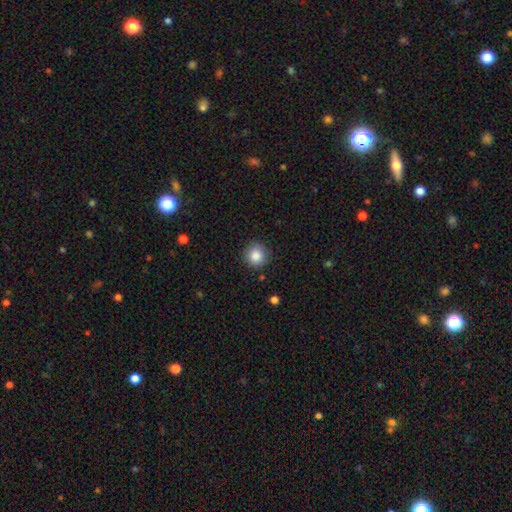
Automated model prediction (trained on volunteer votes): A smooth galaxy with no disk features (87%) that is round (93%).

Vote fractions:
- Smooth or featured? smooth: 87% / star or artifact: 9% / featured or disk: 4%
- How rounded? round: 93% / in between: 6% / cigar-shaped: 1%
- Merging? none: 88% / minor disturbance: 9% / major disturbance: 2% / merger: 1%